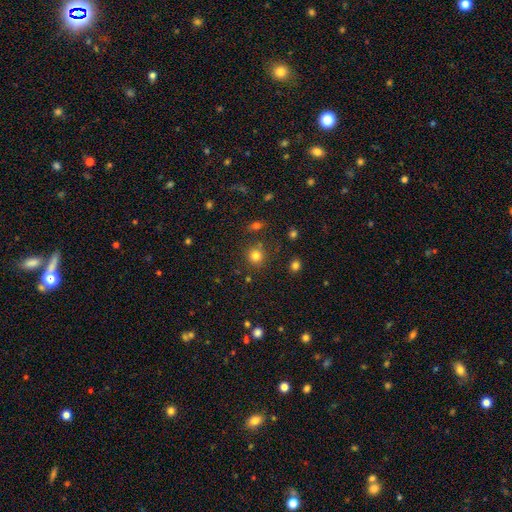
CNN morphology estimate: Q: Smooth or featured?
A: smooth (80%); runner-up: star or artifact (14%)
Q: How rounded?
A: round (90%); runner-up: in between (9%)
Q: Merging?
A: none (80%); runner-up: minor disturbance (9%)